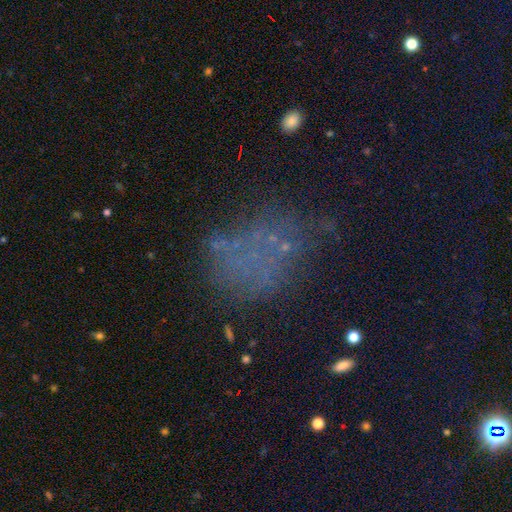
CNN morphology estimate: A star or artifact, not a galaxy (36%).